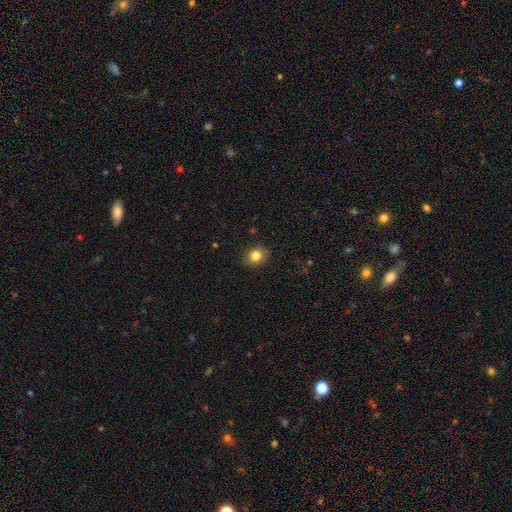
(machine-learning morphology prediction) smooth_or_featured: smooth (p=0.83) [alt: star or artifact p=0.11]
how_rounded: round (p=0.71) [alt: in between p=0.28]
merging: none (p=0.89) [alt: minor disturbance p=0.08]